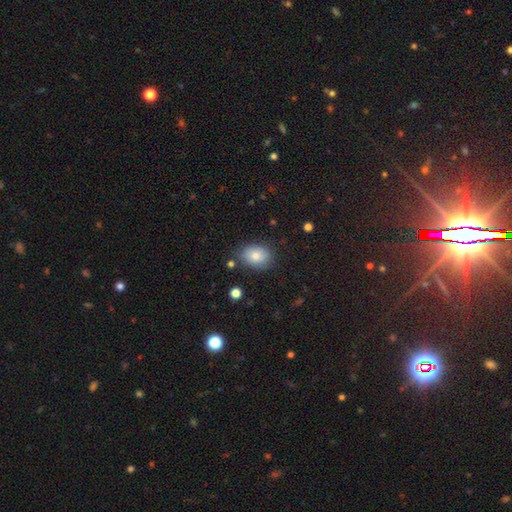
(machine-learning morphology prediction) A smooth galaxy with no disk features (81%) that is in between round and cigar-shaped (71%). Merging: none (80%).